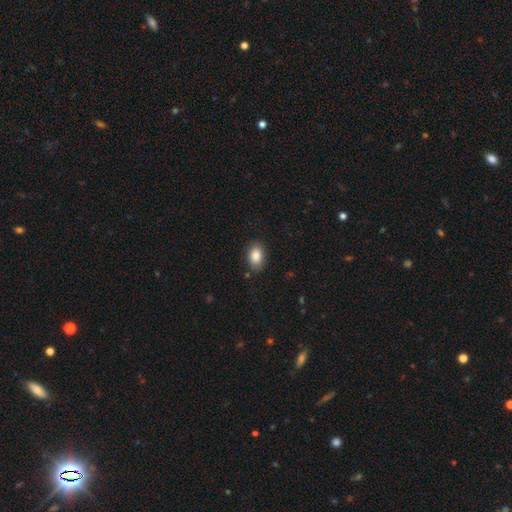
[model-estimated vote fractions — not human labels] Smooth or featured? smooth (86%)
How rounded? in between (84%)
Merging? none (84%)